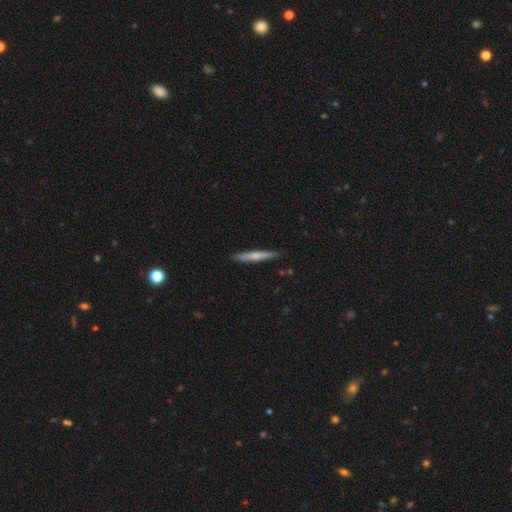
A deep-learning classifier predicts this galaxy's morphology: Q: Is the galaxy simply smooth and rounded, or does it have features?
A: smooth — 61%.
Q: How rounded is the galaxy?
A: cigar-shaped — 94%.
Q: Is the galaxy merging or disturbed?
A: none — 89%.